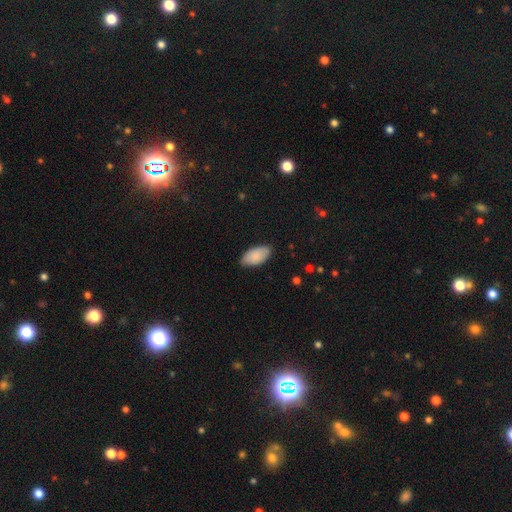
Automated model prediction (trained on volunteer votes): Smooth or featured?
  - smooth: 86% *
  - featured or disk: 8%
  - star or artifact: 6%
How rounded?
  - in between: 95% *
  - cigar-shaped: 3%
  - round: 2%
Merging?
  - none: 81% *
  - minor disturbance: 16%
  - major disturbance: 2%
  - merger: 1%